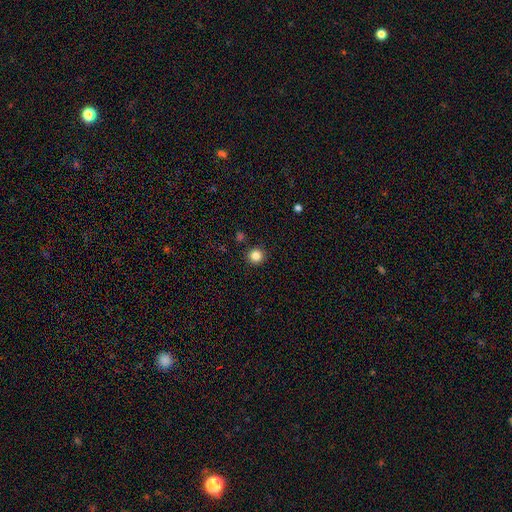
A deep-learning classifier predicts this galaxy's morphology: Overall: smooth (85%). How rounded: round (95%). Merging: none (91%).